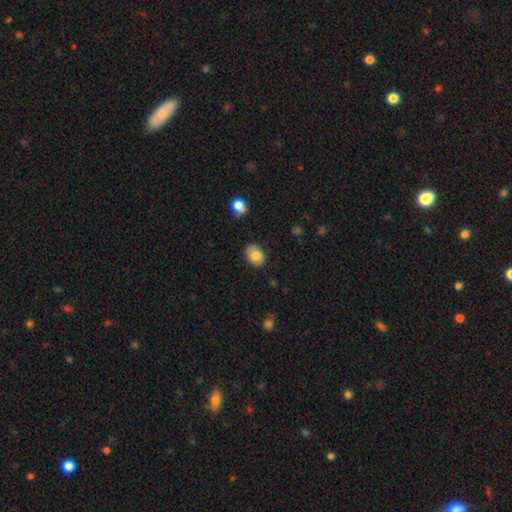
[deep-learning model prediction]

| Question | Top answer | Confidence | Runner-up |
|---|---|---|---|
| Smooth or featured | smooth | 76% | featured or disk (16%) |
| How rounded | in between | 72% | round (27%) |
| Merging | none | 84% | minor disturbance (12%) |